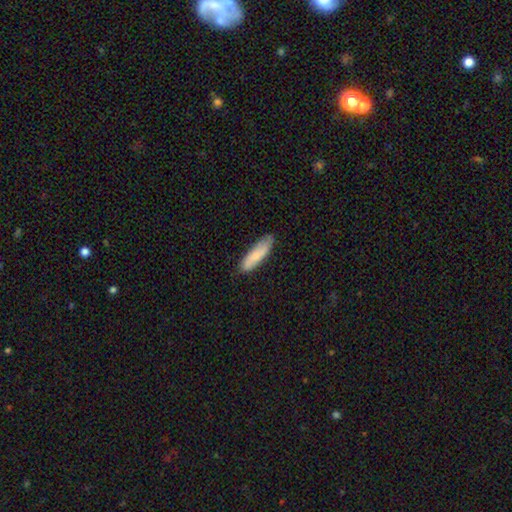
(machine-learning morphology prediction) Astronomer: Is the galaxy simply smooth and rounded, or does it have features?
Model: smooth — 79%.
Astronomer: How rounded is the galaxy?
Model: cigar-shaped — 64%.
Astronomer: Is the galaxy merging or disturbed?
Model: none — 81%.